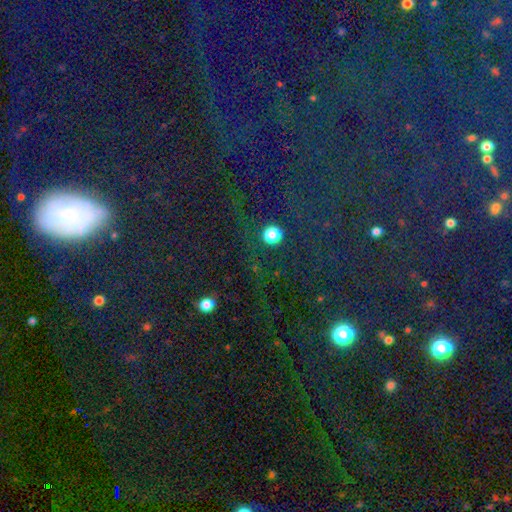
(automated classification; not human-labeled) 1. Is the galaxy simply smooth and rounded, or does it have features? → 69% star or artifact, 19% smooth, 12% featured or disk.